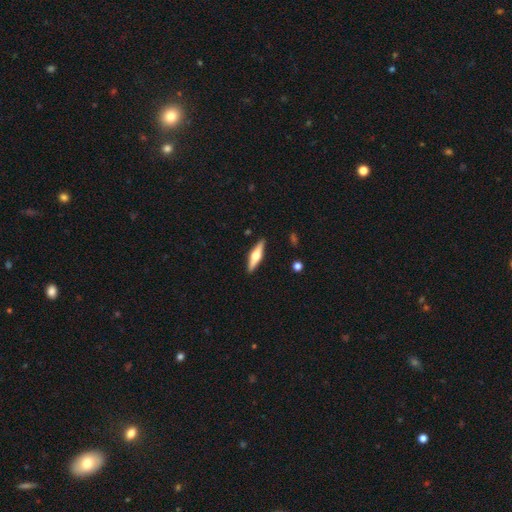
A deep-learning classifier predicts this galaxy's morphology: Smooth or featured? featured or disk (63%)
Edge-on disk? yes (96%)
Edge-on bulge? rounded (95%)
Merging? none (91%)